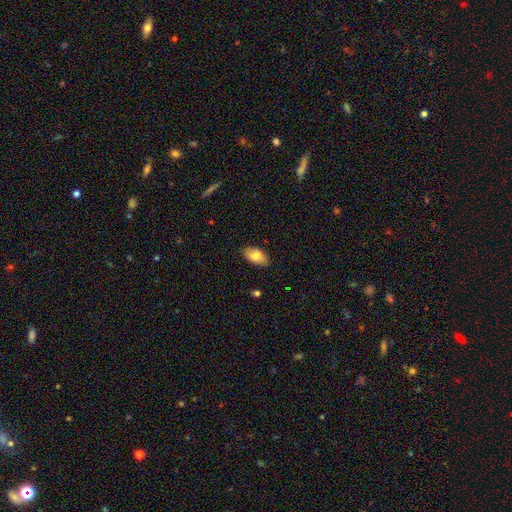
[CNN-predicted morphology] type=smooth (79%); roundness=in between (93%); merging=none (79%).